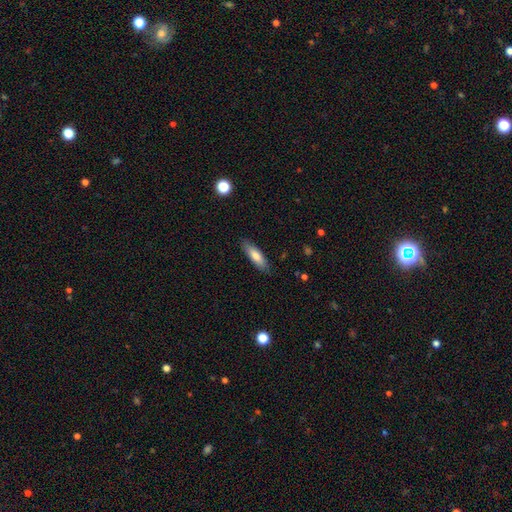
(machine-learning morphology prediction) Overall: smooth (76%). How rounded: cigar-shaped (60%; in between 39%). Merging: none (87%).